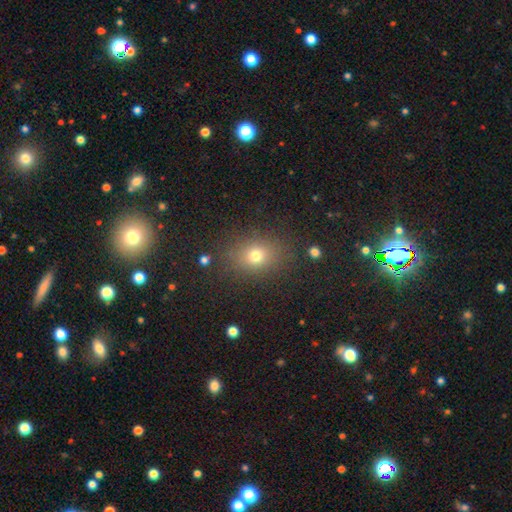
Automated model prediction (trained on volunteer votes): Smooth or featured: smooth — 72% (star or artifact — 18%)
How rounded: round — 54% (in between — 45%)
Merging: none — 84% (minor disturbance — 10%)